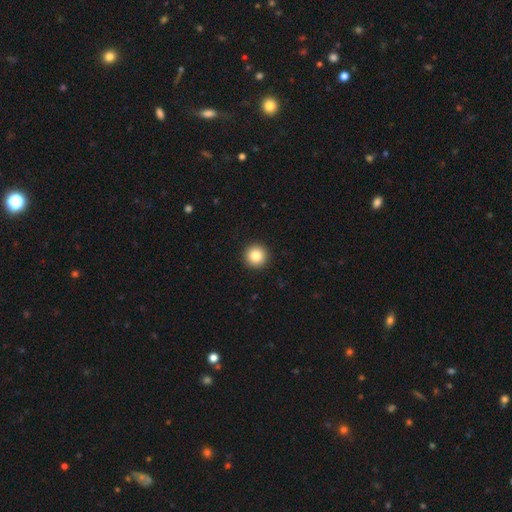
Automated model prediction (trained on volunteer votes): Smooth or featured? smooth (85%)
How rounded? round (96%)
Merging? none (94%)